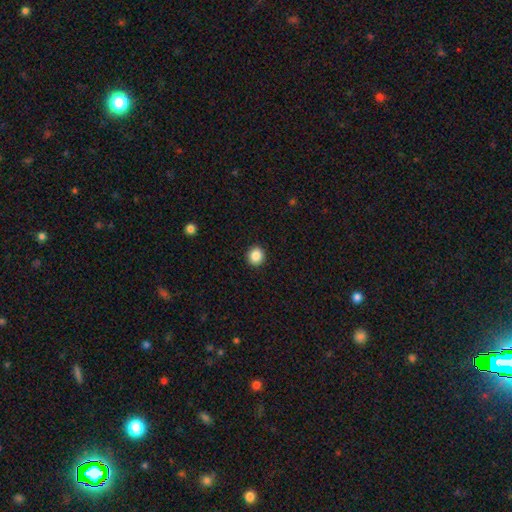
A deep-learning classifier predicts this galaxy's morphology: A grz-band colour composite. It shows a smooth galaxy with no disk features (87%) that is round (88%). Merging: none (93%).